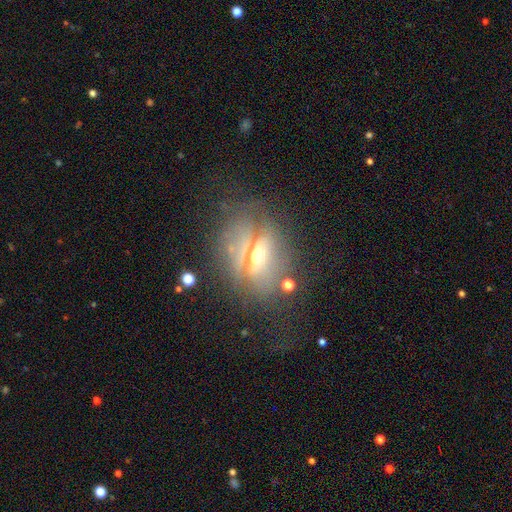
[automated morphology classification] Smooth or featured? featured or disk (56%)
Edge-on disk? no (50%, tied with yes)
Merging? none (58%)